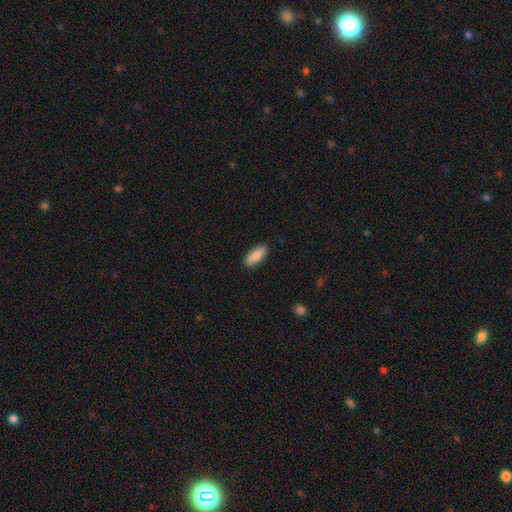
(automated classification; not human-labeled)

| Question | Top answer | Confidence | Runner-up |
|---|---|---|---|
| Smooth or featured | smooth | 81% | featured or disk (13%) |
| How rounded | in between | 72% | cigar-shaped (26%) |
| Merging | none | 89% | minor disturbance (8%) |